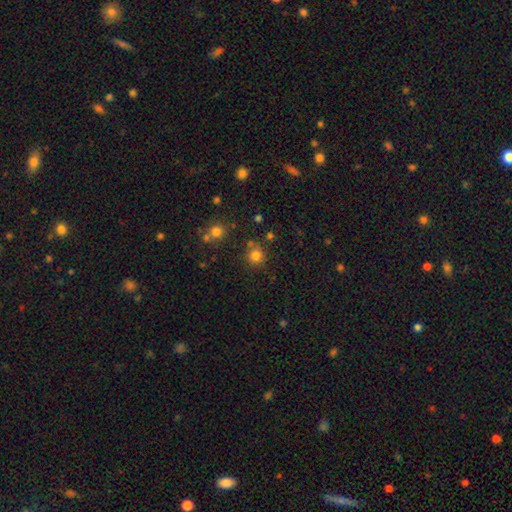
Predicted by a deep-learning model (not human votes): smooth_or_featured: smooth (p=0.79) [alt: star or artifact p=0.15]
how_rounded: round (p=0.91) [alt: in between p=0.08]
merging: none (p=0.76) [alt: minor disturbance p=0.11]